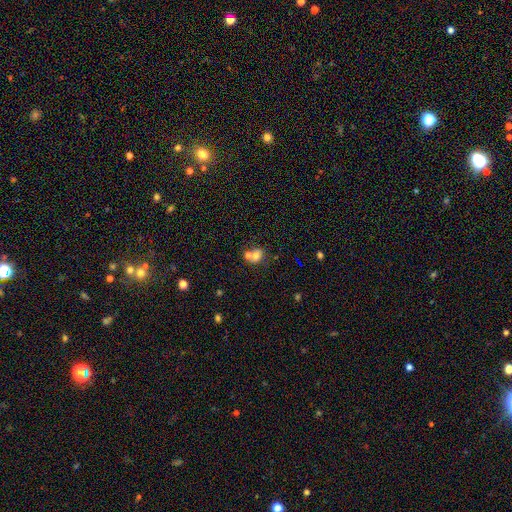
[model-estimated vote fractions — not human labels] Smooth or featured? Predicted: smooth (p=0.65). How rounded? Predicted: round (p=0.64). Merging? Predicted: merger (p=0.49).